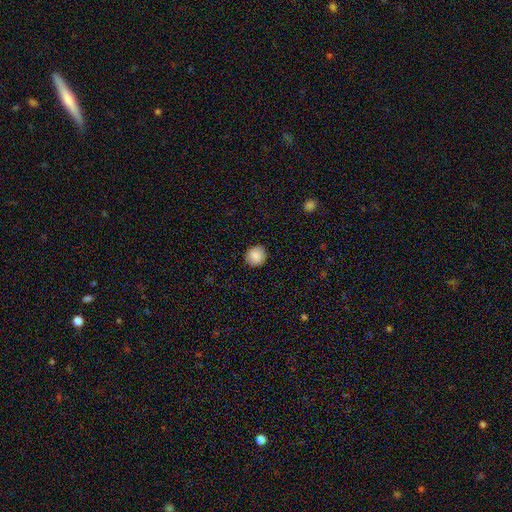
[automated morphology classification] Smooth or featured? smooth (86%)
How rounded? round (80%)
Merging? none (89%)